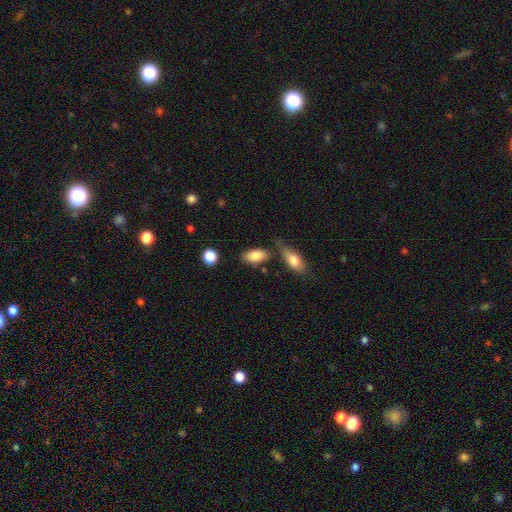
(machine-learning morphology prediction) type=smooth (85%); roundness=in between (91%); merging=none (65%).